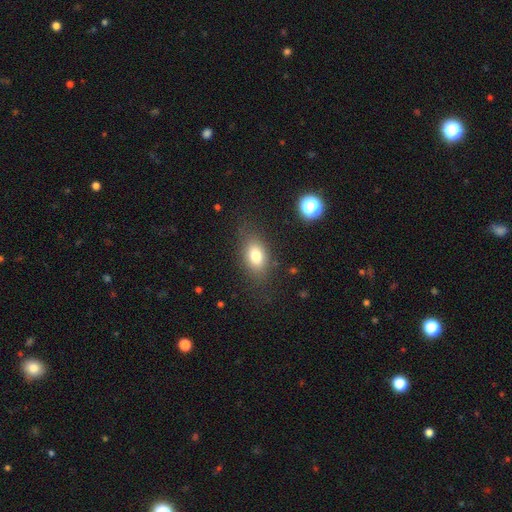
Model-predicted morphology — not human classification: Smooth or featured: smooth — 78% (featured or disk — 12%)
How rounded: in between — 84% (round — 13%)
Merging: none — 76% (minor disturbance — 15%)